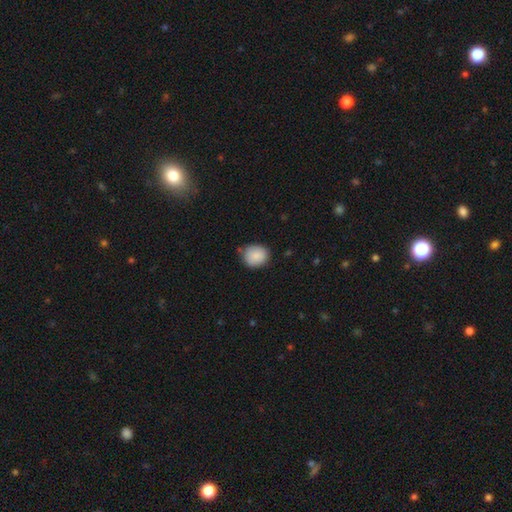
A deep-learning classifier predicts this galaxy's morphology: A smooth galaxy with no disk features (88%) that is round (78%).

Vote fractions:
- Smooth or featured? smooth: 88% / star or artifact: 7% / featured or disk: 5%
- How rounded? round: 78% / in between: 21% / cigar-shaped: 1%
- Merging? none: 79% / minor disturbance: 15% / major disturbance: 3% / merger: 3%